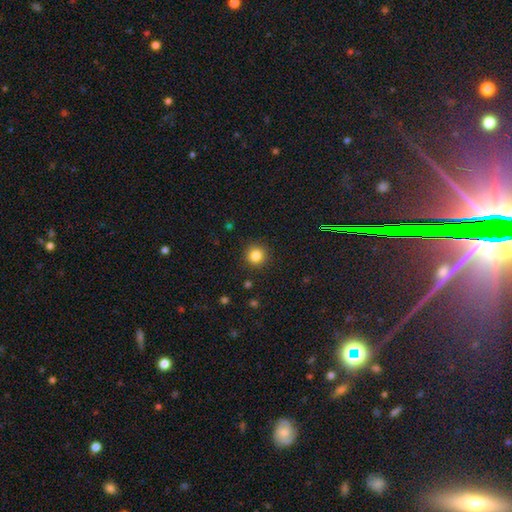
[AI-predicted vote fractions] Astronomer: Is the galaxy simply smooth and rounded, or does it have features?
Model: smooth — 84%.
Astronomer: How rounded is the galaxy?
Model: round — 94%.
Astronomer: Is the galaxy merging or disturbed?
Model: none — 91%.